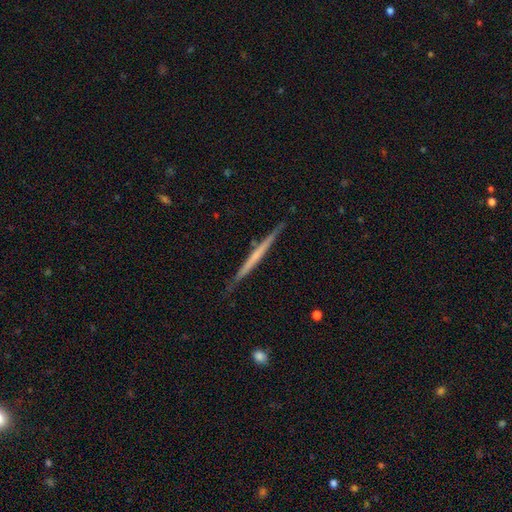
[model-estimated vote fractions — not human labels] Smooth or featured? featured or disk (61%)
Edge-on disk? yes (98%)
Edge-on bulge? none (83%)
Merging? none (88%)